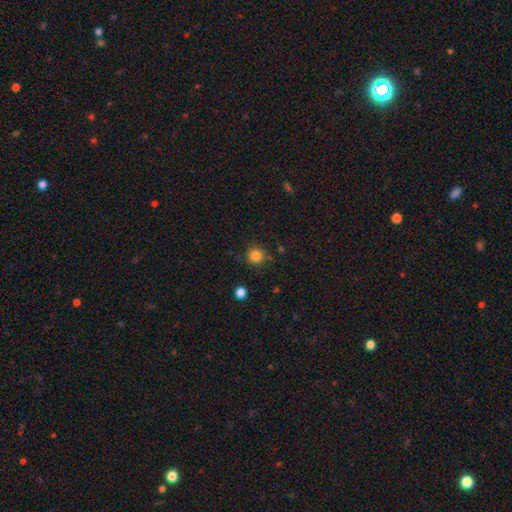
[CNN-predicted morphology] Smooth or featured? smooth (84%)
How rounded? round (93%)
Merging? none (84%)